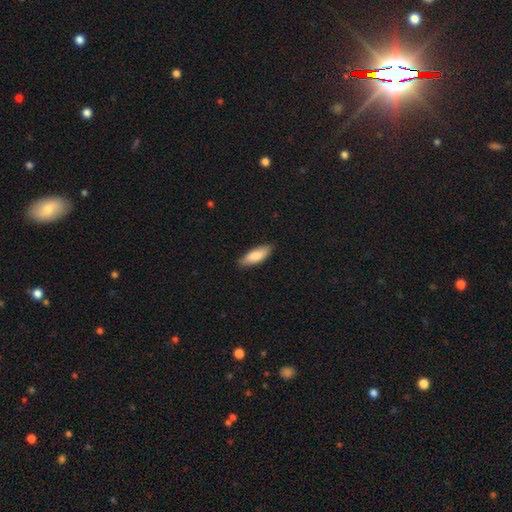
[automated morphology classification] This is clearly a smooth galaxy (85%). How rounded: likely in between (66%). Merging: clearly none (86%).